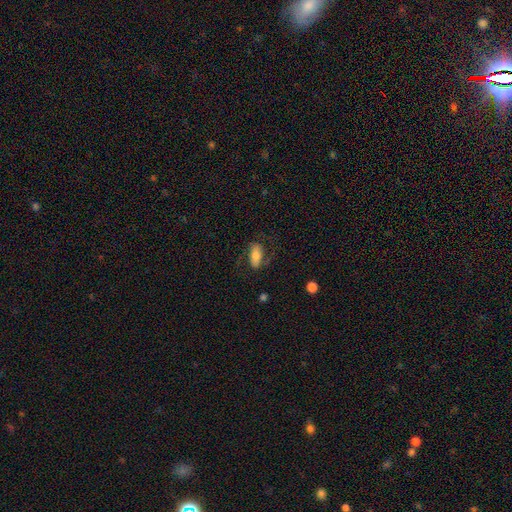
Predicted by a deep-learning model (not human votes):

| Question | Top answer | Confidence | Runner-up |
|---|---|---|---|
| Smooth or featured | smooth | 57% | featured or disk (36%) |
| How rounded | in between | 84% | cigar-shaped (11%) |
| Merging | none | 65% | minor disturbance (19%) |